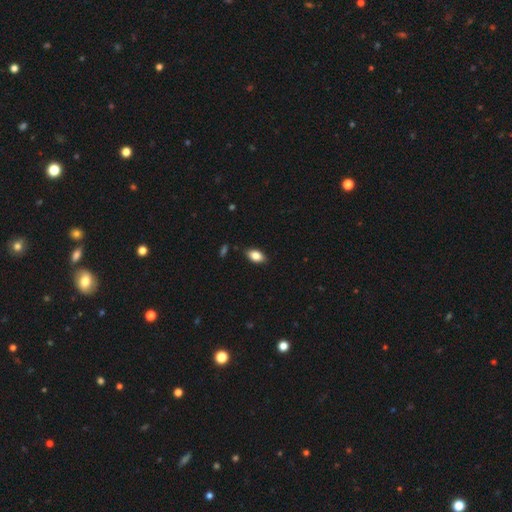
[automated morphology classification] The model was most divided on "smooth or featured": smooth: 82%, featured or disk: 10%, star or artifact: 8%. More confident: how rounded — in between (90%); merging — none (85%).